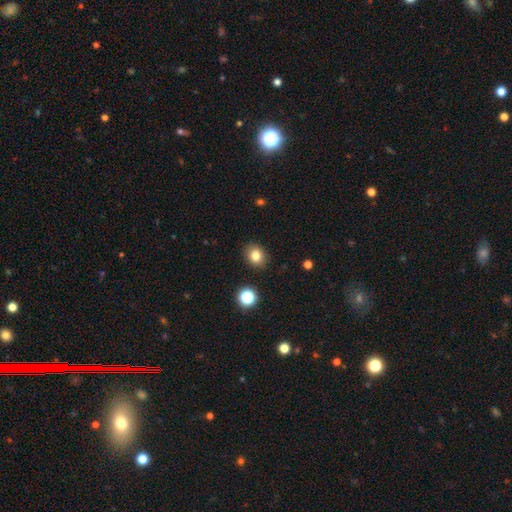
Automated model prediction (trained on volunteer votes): Morphology: type=smooth (81%); roundness=round (62%); merging=none (88%).